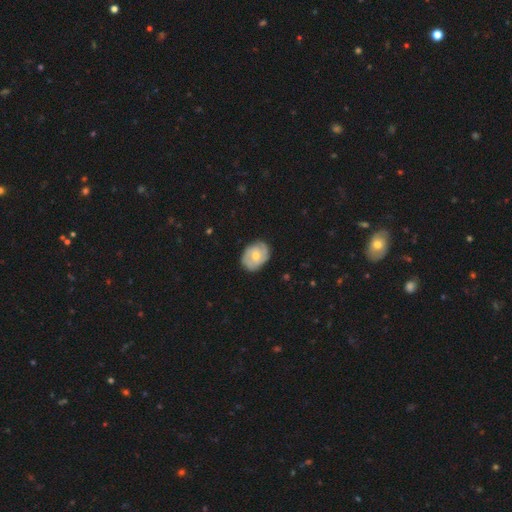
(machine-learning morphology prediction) A featured or disk galaxy (63%) with no bar (57%), 2 (48%) tight (51%) spiral arms (83%) and a moderate central bulge (62%).

Vote fractions:
- Smooth or featured? featured or disk: 63% / smooth: 31% / star or artifact: 6%
- Edge-on disk? no: 97% / yes: 3%
- Bar? no: 57% / weak: 36% / strong: 7%
- Spiral arms? yes: 83% / no: 17%
- Spiral winding? tight: 51% / medium: 37% / loose: 13%
- Spiral arm count? 2: 48% / can't tell: 28% / 3: 14% / 1: 4% / 4: 3% / more than 4: 3%
- Bulge size? moderate: 62% / small: 33% / large: 2% / none: 1% / dominant: 1%
- Merging? none: 78% / minor disturbance: 17% / major disturbance: 4% / merger: 1%